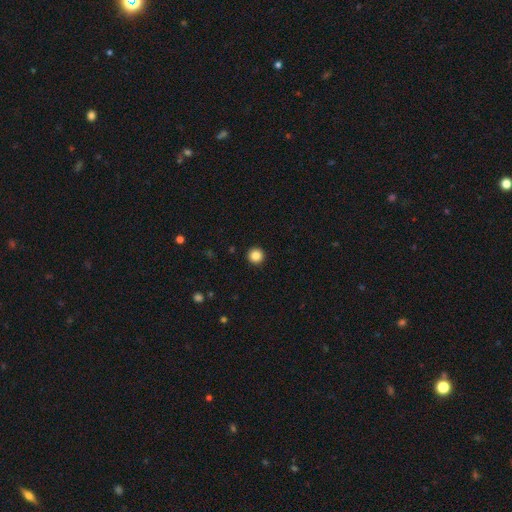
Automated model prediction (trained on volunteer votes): This appears to be a smooth galaxy with no disk features (85%) that is round (96%). Merging: none (94%).